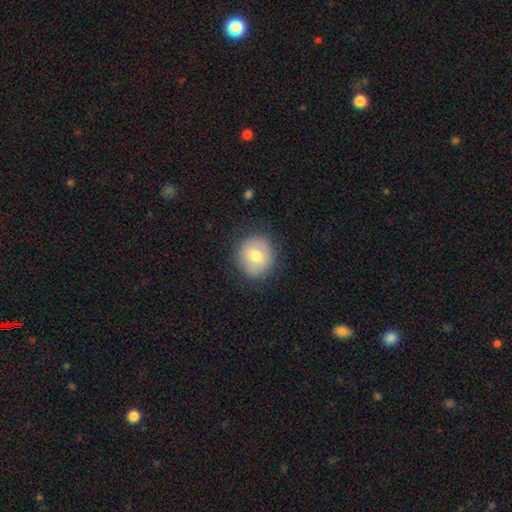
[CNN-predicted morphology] smooth 73%, featured or disk 18%, star or artifact 9%. Down the decision tree: how rounded — round (88%); merging — none (84%).